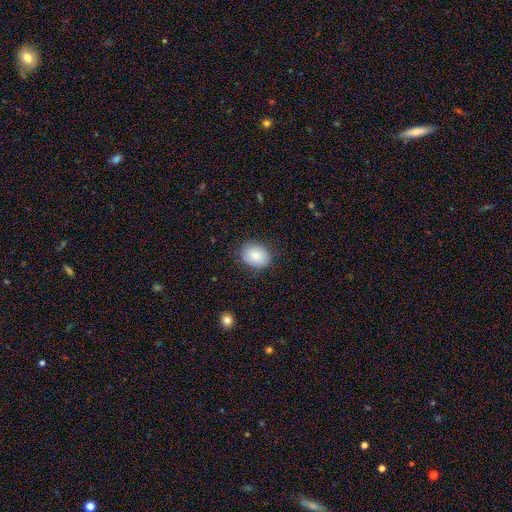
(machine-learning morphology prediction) Smooth or featured: smooth — 84% (featured or disk — 9%)
How rounded: in between — 61% (round — 39%)
Merging: none — 83% (minor disturbance — 13%)